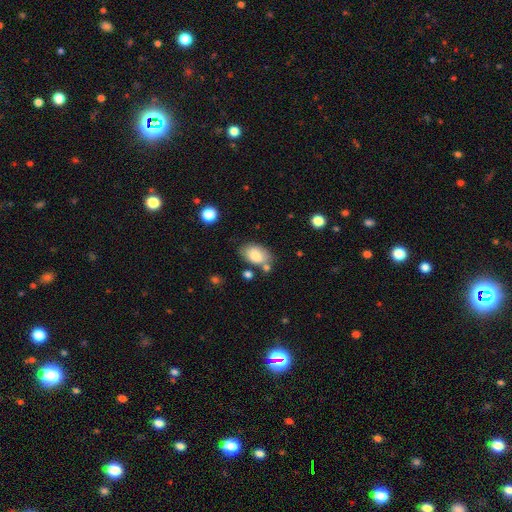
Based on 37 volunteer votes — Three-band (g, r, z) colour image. It shows a smooth galaxy with no disk features (89%) that is in between round and cigar-shaped (91%). Merging: none (60%).